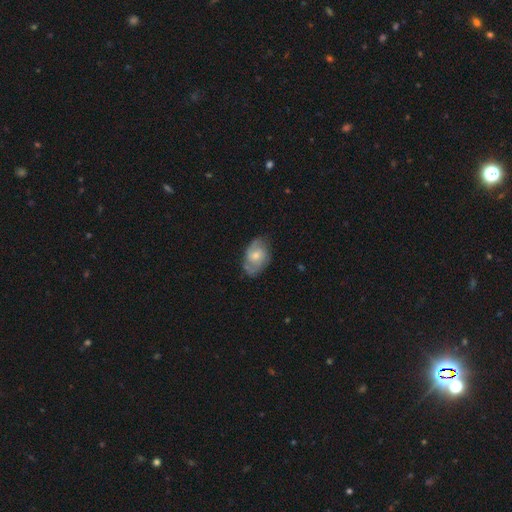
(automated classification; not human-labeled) smooth_or_featured: featured or disk (p=0.69) [alt: smooth p=0.25]
disk_edge_on: no (p=0.96) [alt: yes p=0.04]
bar: no (p=0.57) [alt: weak p=0.38]
has_spiral_arms: yes (p=0.90) [alt: no p=0.10]
spiral_winding: medium (p=0.47) [alt: tight p=0.36]
spiral_arm_count: 2 (p=0.69) [alt: can't tell p=0.16]
bulge_size: moderate (p=0.52) [alt: small p=0.41]
merging: none (p=0.70) [alt: minor disturbance p=0.22]